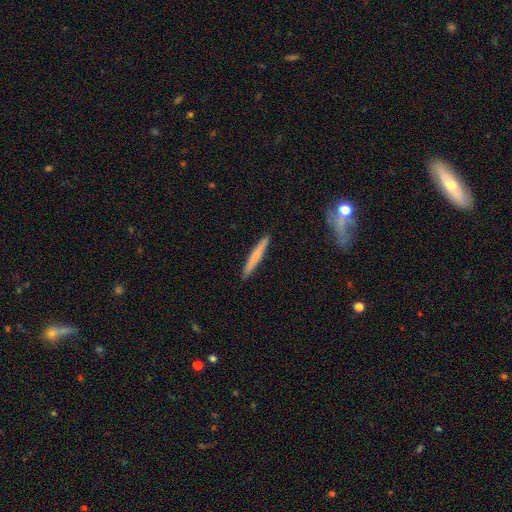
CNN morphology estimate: This appears to be a smooth galaxy with no disk features (66%) that is cigar-shaped (96%). Merging: none (91%).